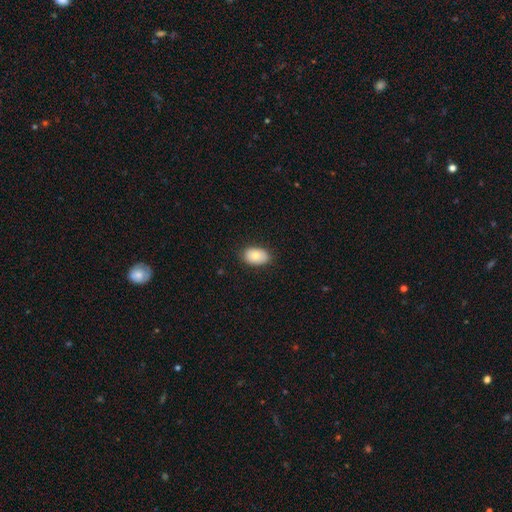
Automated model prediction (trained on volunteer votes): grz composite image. It shows a smooth galaxy with no disk features (80%) that is in between round and cigar-shaped (87%). Merging: none (84%).